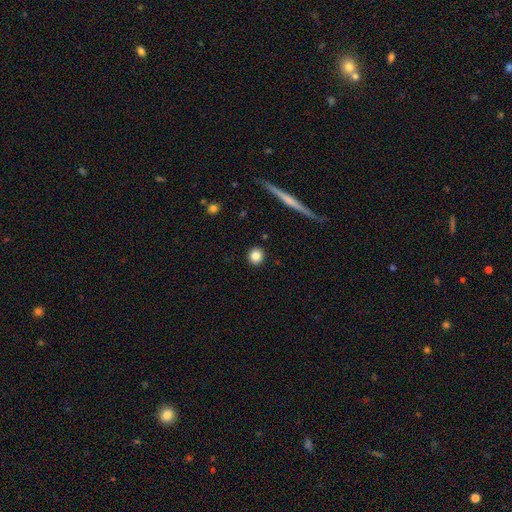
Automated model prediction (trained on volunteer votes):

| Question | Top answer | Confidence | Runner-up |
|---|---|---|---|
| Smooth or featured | smooth | 83% | star or artifact (10%) |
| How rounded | round | 89% | in between (10%) |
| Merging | none | 92% | minor disturbance (5%) |